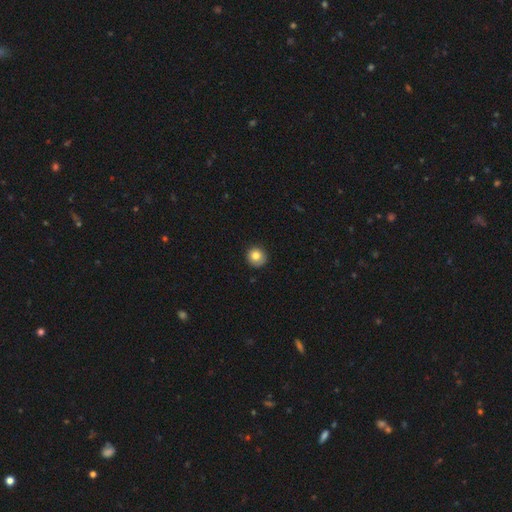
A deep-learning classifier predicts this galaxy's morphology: The model was most divided on "smooth or featured": smooth: 80%, star or artifact: 10%, featured or disk: 10%. More confident: how rounded — round (92%); merging — none (86%).